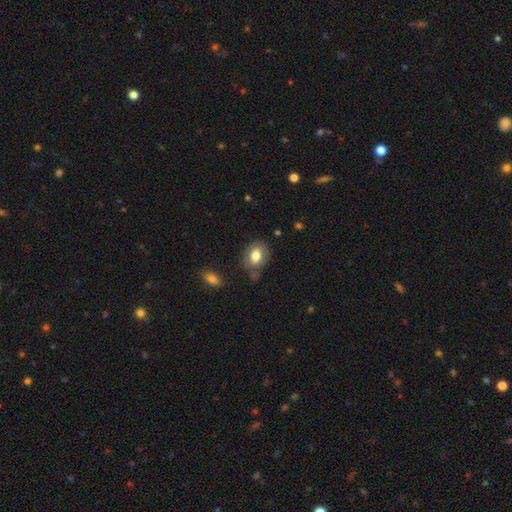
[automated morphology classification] Q: Smooth or featured?
A: smooth (77%); runner-up: featured or disk (16%)
Q: How rounded?
A: in between (79%); runner-up: round (20%)
Q: Merging?
A: none (68%); runner-up: minor disturbance (20%)